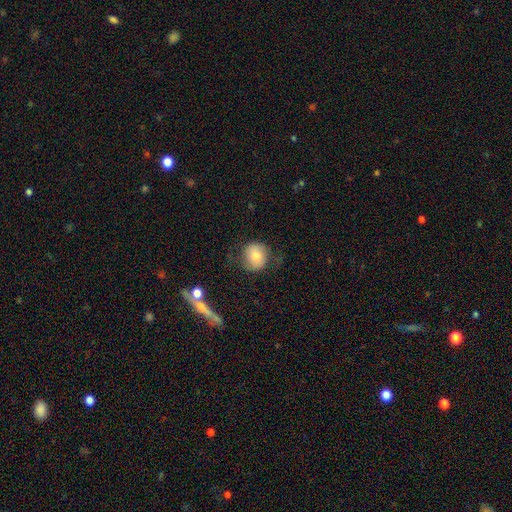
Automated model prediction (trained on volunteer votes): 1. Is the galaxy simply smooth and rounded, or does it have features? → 74% smooth, 18% featured or disk, 8% star or artifact.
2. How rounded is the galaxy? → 80% round, 19% in between, 1% cigar-shaped.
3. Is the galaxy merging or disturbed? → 68% none, 19% minor disturbance, 10% major disturbance, 3% merger.